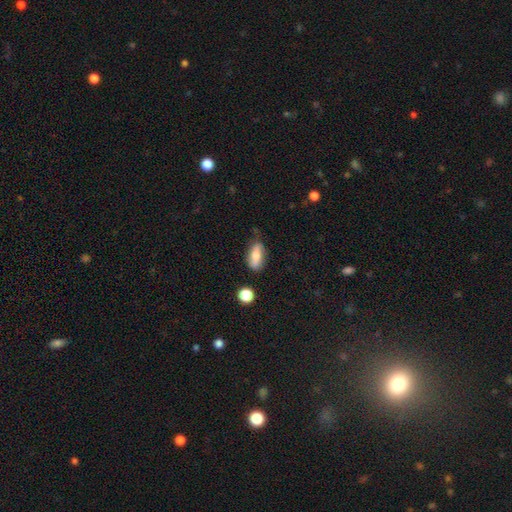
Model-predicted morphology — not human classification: The model was most divided on "smooth or featured": smooth: 67%, featured or disk: 25%, star or artifact: 8%. More confident: how rounded — in between (79%); merging — none (69%).